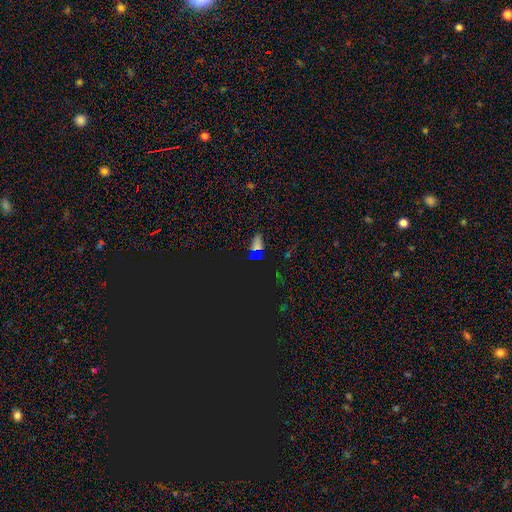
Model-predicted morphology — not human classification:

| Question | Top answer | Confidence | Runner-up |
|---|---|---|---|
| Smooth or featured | star or artifact | 66% | smooth (26%) |